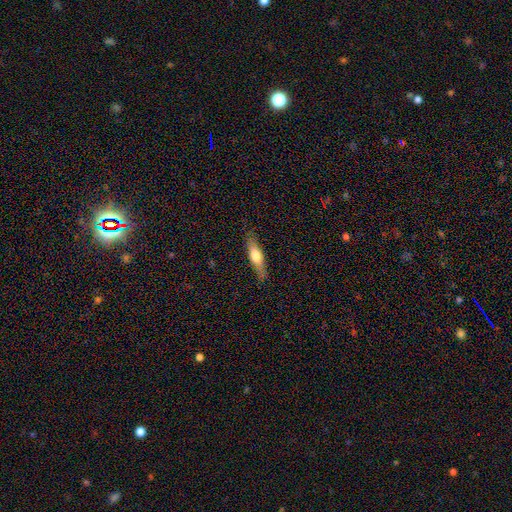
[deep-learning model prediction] A smooth galaxy with no disk features (56%) that is cigar-shaped (68%).

Vote fractions:
- Smooth or featured? smooth: 56% / featured or disk: 38% / star or artifact: 6%
- How rounded? cigar-shaped: 68% / in between: 30% / round: 2%
- Merging? none: 81% / minor disturbance: 14% / major disturbance: 3% / merger: 1%